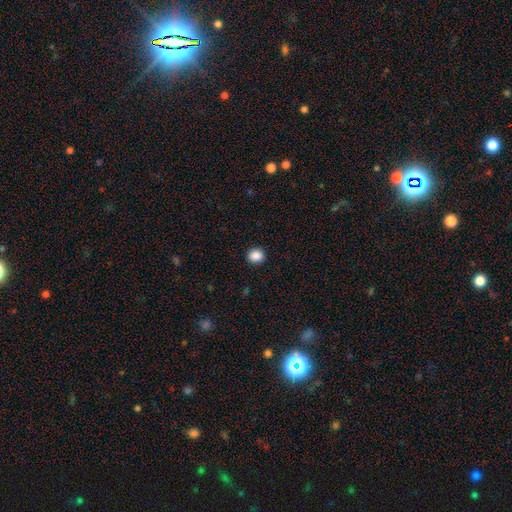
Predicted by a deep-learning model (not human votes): A smooth galaxy with no disk features (88%) that is round (79%). Merging: none (92%).